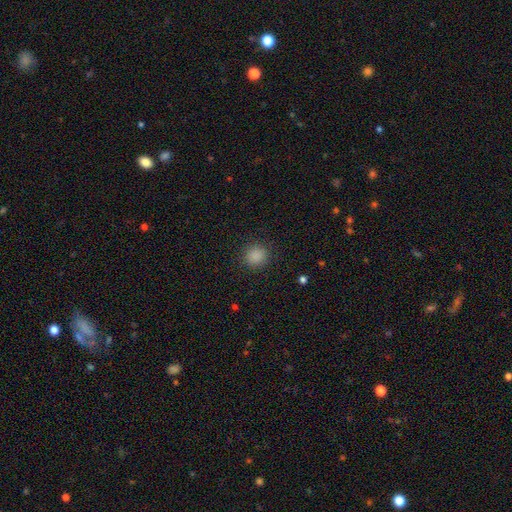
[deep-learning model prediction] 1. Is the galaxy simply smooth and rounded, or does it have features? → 86% smooth, 11% star or artifact, 3% featured or disk.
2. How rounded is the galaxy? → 89% round, 10% in between, 1% cigar-shaped.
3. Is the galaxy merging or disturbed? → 89% none, 7% minor disturbance, 3% major disturbance, 1% merger.